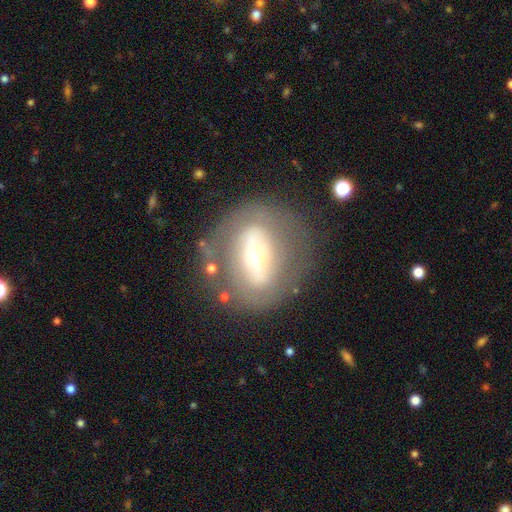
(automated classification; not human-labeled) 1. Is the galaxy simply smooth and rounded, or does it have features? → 61% featured or disk, 31% smooth, 8% star or artifact.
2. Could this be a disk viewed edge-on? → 86% no, 14% yes.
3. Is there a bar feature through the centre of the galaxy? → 47% strong, 30% no, 23% weak.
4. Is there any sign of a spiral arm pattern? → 78% no, 22% yes.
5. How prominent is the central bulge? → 59% small, 31% moderate, 6% large, 3% dominant, 1% none.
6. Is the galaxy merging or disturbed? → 70% none, 15% minor disturbance, 12% major disturbance, 3% merger.